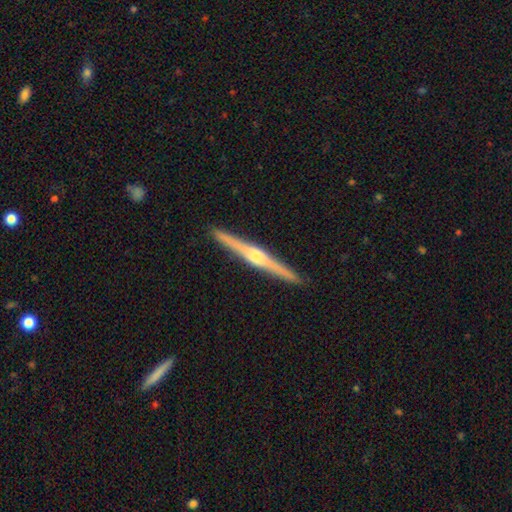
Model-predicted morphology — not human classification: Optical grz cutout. It shows a featured or disk galaxy (83%) viewed edge-on (99%) with a rounded central bulge (91%). Merging: none (93%).